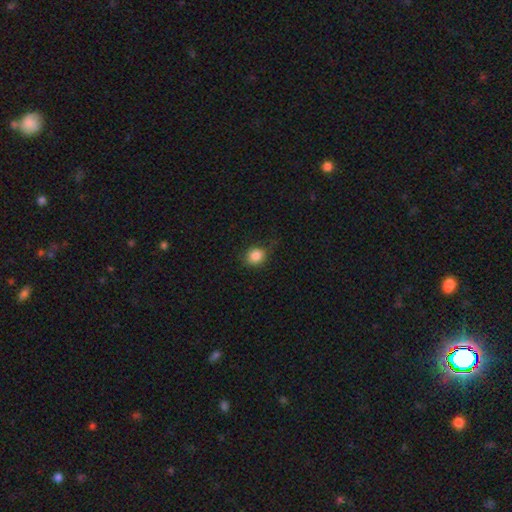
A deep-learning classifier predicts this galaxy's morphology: Q: Smooth or featured?
A: smooth (86%); runner-up: star or artifact (10%)
Q: How rounded?
A: round (69%); runner-up: in between (30%)
Q: Merging?
A: none (75%); runner-up: minor disturbance (19%)